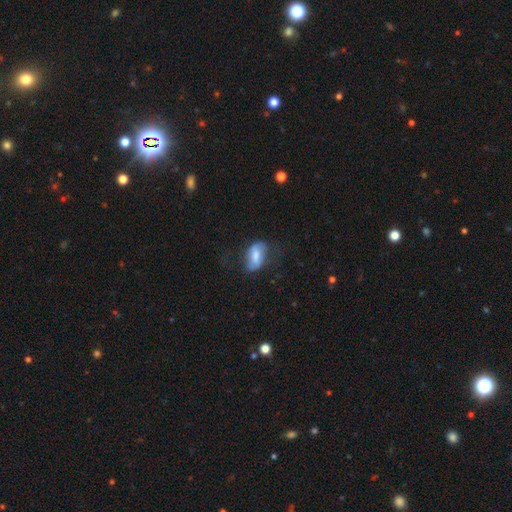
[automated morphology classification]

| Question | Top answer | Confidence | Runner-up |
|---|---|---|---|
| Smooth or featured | smooth | 61% | featured or disk (31%) |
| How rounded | in between | 88% | round (6%) |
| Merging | none | 58% | minor disturbance (25%) |